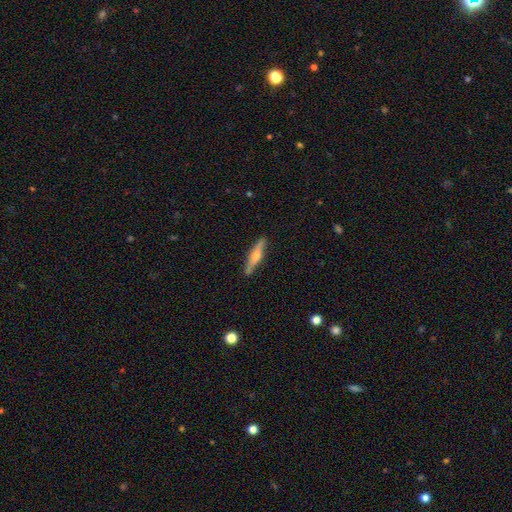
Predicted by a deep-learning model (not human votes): Smooth or featured? featured or disk (56%)
Edge-on disk? yes (93%)
Edge-on bulge? rounded (87%)
Merging? none (86%)